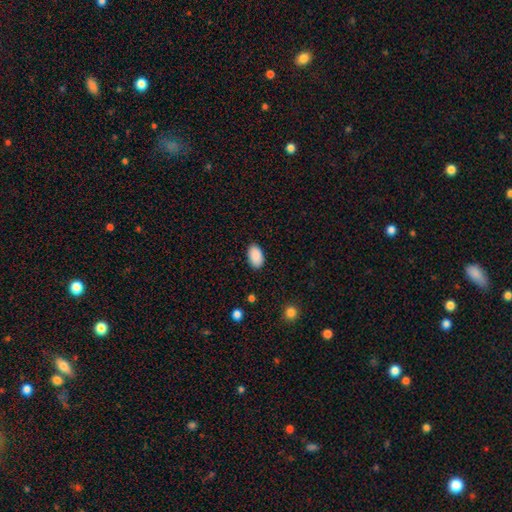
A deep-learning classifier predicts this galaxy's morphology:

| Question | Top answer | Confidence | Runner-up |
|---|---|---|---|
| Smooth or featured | smooth | 90% | star or artifact (7%) |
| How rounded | in between | 93% | round (5%) |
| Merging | none | 89% | minor disturbance (8%) |